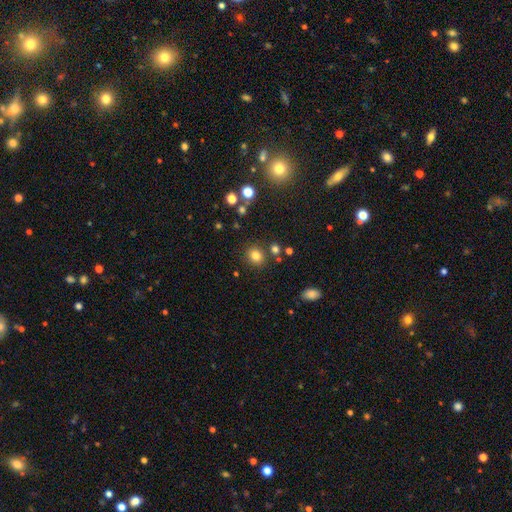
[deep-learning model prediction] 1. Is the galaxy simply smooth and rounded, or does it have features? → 80% smooth, 13% star or artifact, 7% featured or disk.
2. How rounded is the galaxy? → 78% round, 21% in between, 1% cigar-shaped.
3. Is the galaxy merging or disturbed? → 82% none, 9% minor disturbance, 6% merger, 3% major disturbance.